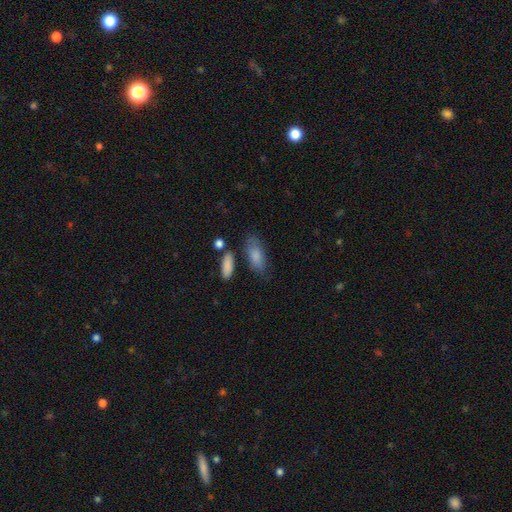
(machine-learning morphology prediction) Q: Smooth or featured?
A: smooth (83%); runner-up: featured or disk (10%)
Q: How rounded?
A: in between (81%); runner-up: cigar-shaped (15%)
Q: Merging?
A: none (68%); runner-up: minor disturbance (19%)